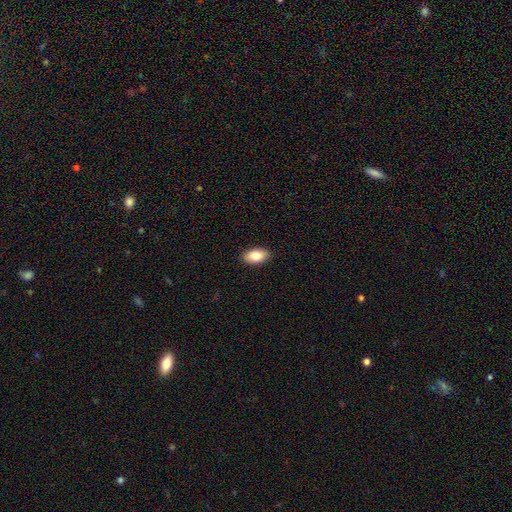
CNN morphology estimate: Smooth or featured? smooth (85%)
How rounded? in between (93%)
Merging? none (89%)